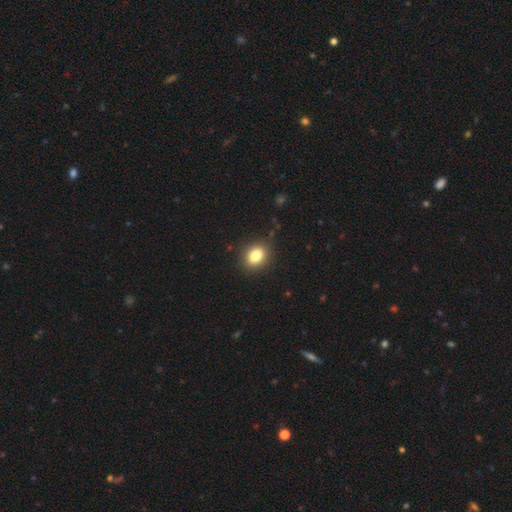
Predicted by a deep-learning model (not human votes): Overall: smooth (83%). How rounded: in between (55%; round 44%). Merging: none (86%).